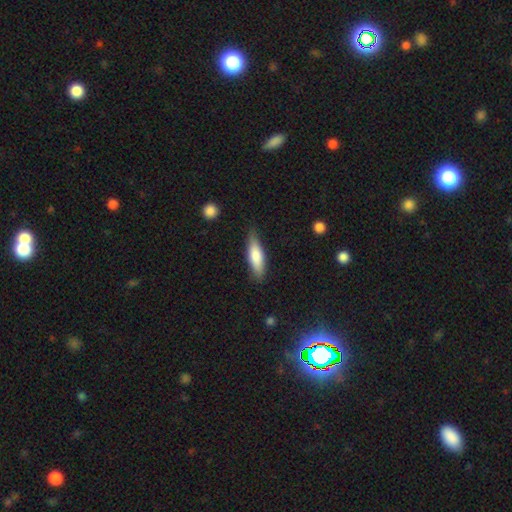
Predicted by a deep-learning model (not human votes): Smooth or featured? smooth (75%)
How rounded? cigar-shaped (56%)
Merging? none (81%)